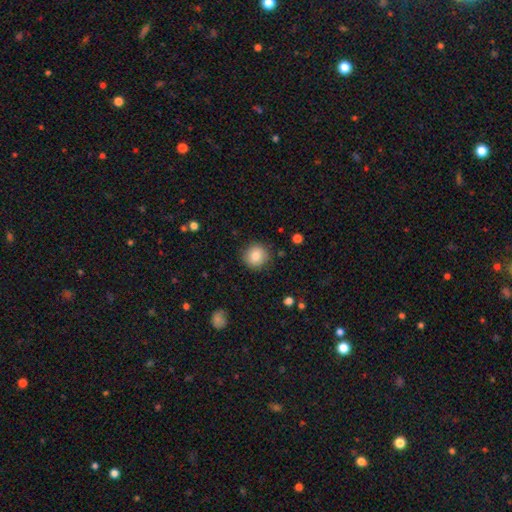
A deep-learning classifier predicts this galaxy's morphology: The model was most divided on "smooth or featured": smooth: 83%, star or artifact: 9%, featured or disk: 8%. More confident: how rounded — round (92%); merging — none (88%).